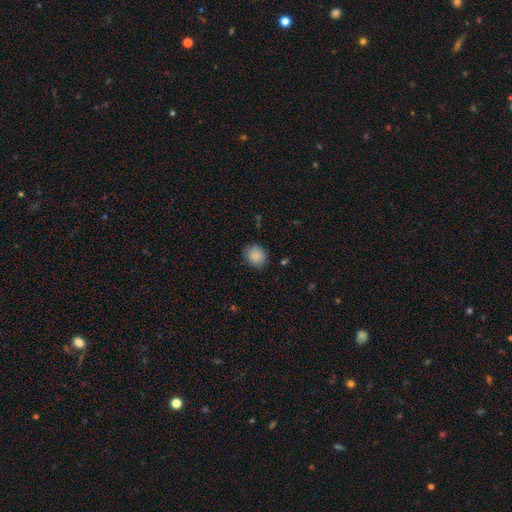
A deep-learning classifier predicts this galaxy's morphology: The model was most divided on "how rounded": round: 75%, in between: 24%, cigar-shaped: 1%. More confident: smooth or featured — smooth (88%); merging — none (83%).